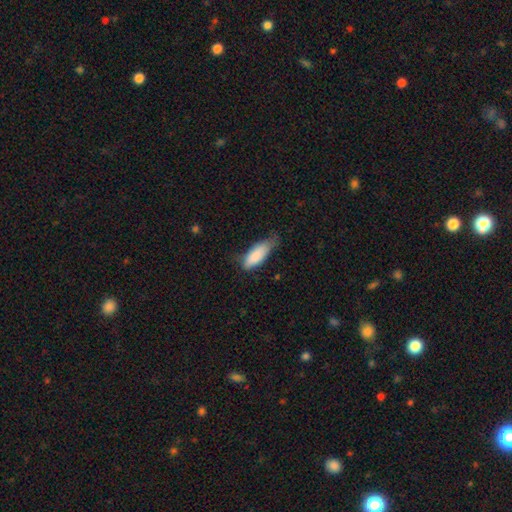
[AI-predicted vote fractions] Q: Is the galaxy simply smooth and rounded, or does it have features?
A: smooth — 87%.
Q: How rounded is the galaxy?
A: in between — 74%.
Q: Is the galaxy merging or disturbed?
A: none — 48%.